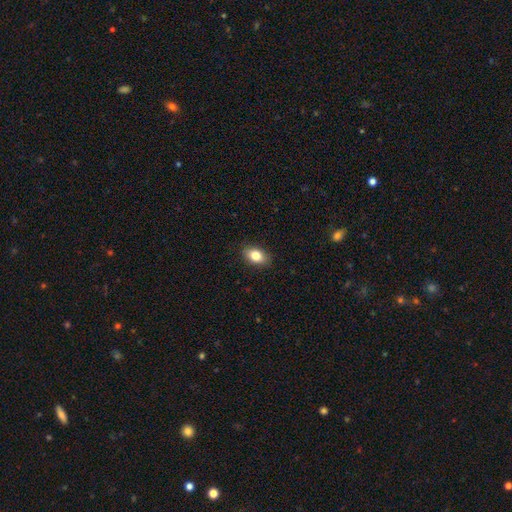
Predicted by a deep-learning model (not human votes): Morphology: type=smooth (83%); roundness=in between (85%); merging=none (88%).